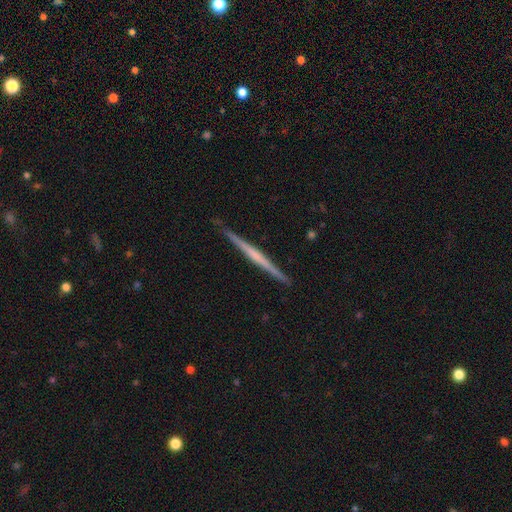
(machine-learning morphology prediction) A featured or disk galaxy (69%) viewed edge-on (98%) with no central bulge (60%).

Vote fractions:
- Smooth or featured? featured or disk: 69% / smooth: 26% / star or artifact: 5%
- Edge-on disk? yes: 98% / no: 2%
- Edge-on bulge? none: 60% / rounded: 27% / boxy: 13%
- Merging? none: 91% / minor disturbance: 7% / major disturbance: 1% / merger: 1%